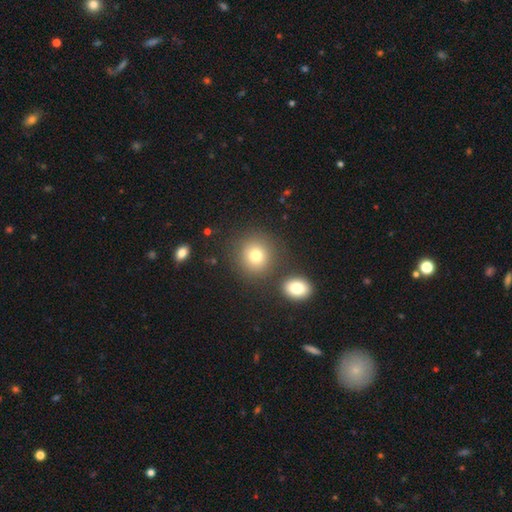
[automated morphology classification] smooth 77%, star or artifact 13%, featured or disk 10%. Down the decision tree: how rounded — round (88%); merging — none (77%).